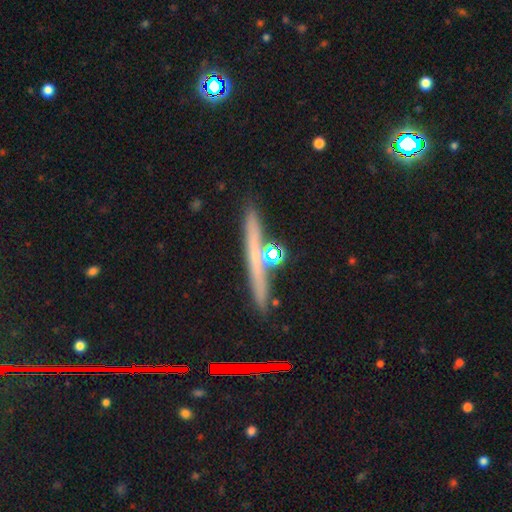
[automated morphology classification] The model was most divided on "smooth or featured": featured or disk: 52%, smooth: 37%, star or artifact: 11%. More confident: edge-on disk — yes (95%); merging — none (83%).